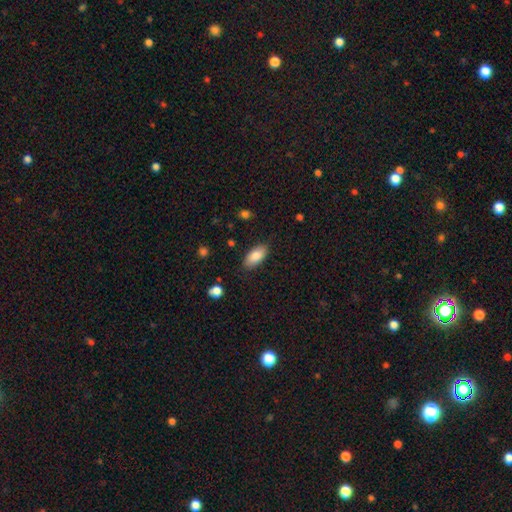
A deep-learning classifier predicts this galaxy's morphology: Overall: smooth (85%). How rounded: in between (90%). Merging: none (84%).